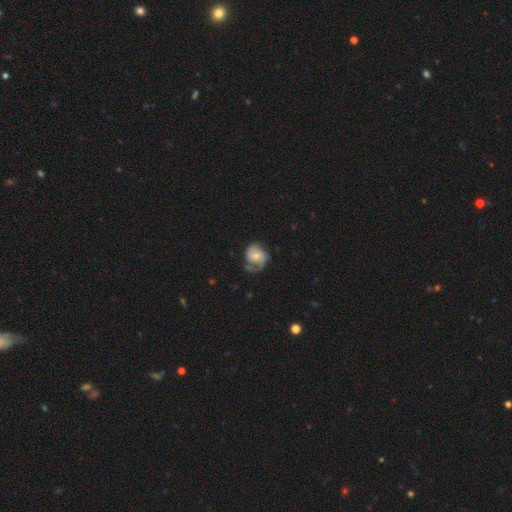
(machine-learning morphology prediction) Smooth or featured? Predicted: featured or disk (p=0.63). Edge-on disk? Predicted: no (p=0.98). Bar? Predicted: no (p=0.62). Spiral arms? Predicted: yes (p=0.88). Spiral winding? Predicted: medium (p=0.43). Spiral arm count? Predicted: 2 (p=0.65). Bulge size? Predicted: small (p=0.45, tied with moderate). Merging? Predicted: none (p=0.53).